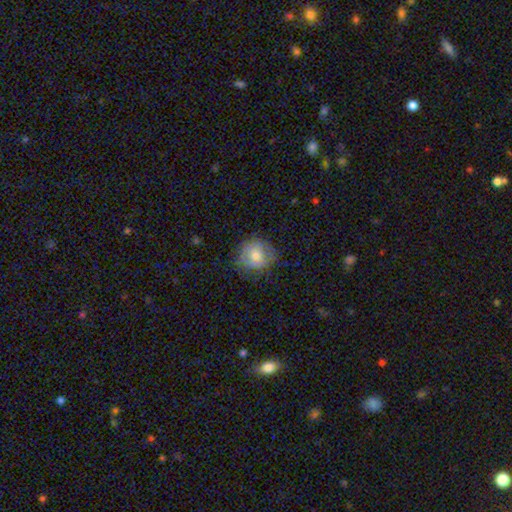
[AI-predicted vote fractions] A smooth galaxy with no disk features (72%) that is round (84%). Merging: none (70%).